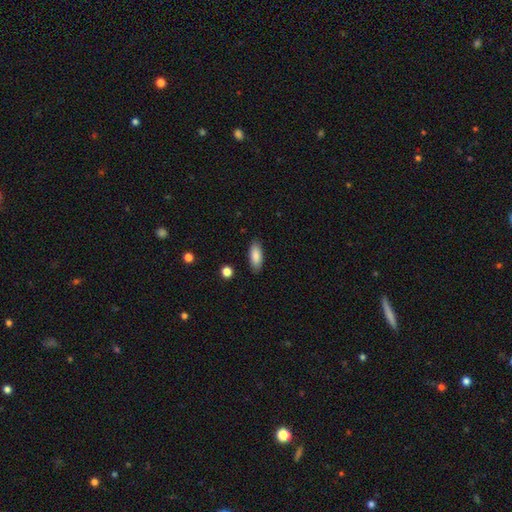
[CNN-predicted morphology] This is clearly a smooth galaxy (87%). How rounded: likely in between (76%). Merging: clearly none (87%).